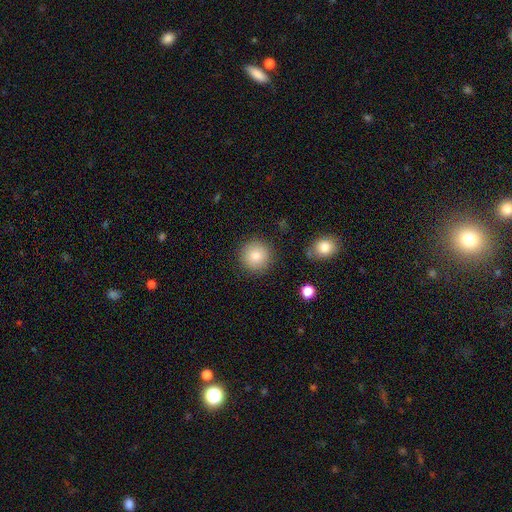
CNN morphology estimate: Smooth or featured: smooth — 84% (star or artifact — 9%)
How rounded: round — 95% (in between — 4%)
Merging: none — 89% (minor disturbance — 7%)